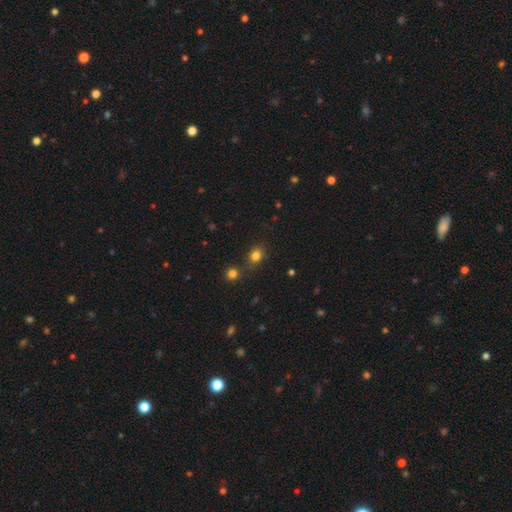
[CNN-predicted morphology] A smooth galaxy with no disk features (79%) that is round (59%). Merging: none (70%).